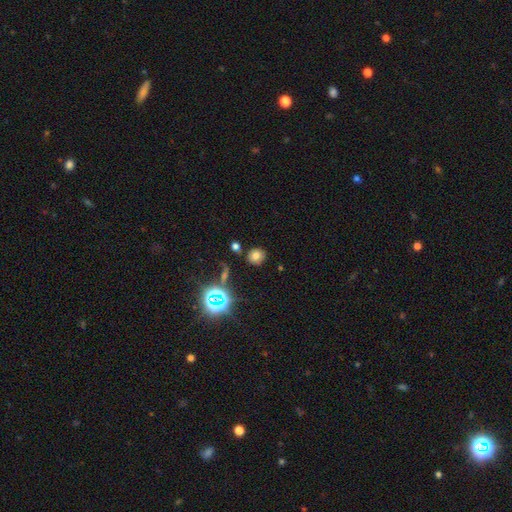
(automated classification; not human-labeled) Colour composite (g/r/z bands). It shows a smooth galaxy with no disk features (66%) that is round (82%). Merging: none (83%).